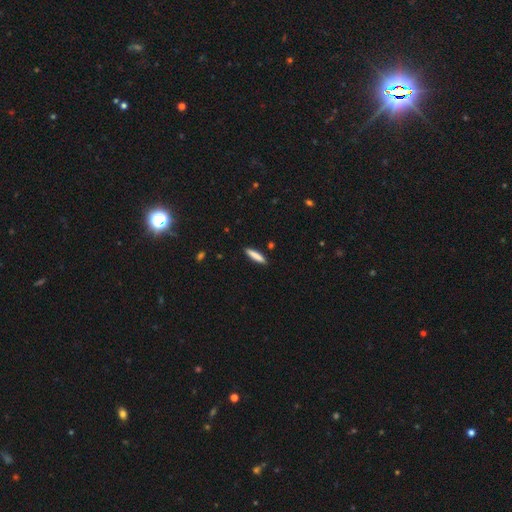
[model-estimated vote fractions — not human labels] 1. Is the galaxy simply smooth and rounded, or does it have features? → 83% smooth, 11% featured or disk, 6% star or artifact.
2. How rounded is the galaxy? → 87% cigar-shaped, 12% in between, 1% round.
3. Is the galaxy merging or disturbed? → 90% none, 7% minor disturbance, 2% major disturbance, 1% merger.